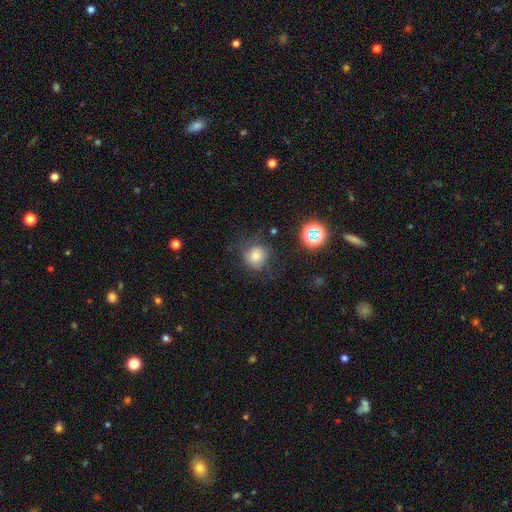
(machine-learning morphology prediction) Smooth or featured? smooth (74%)
How rounded? round (86%)
Merging? none (65%)